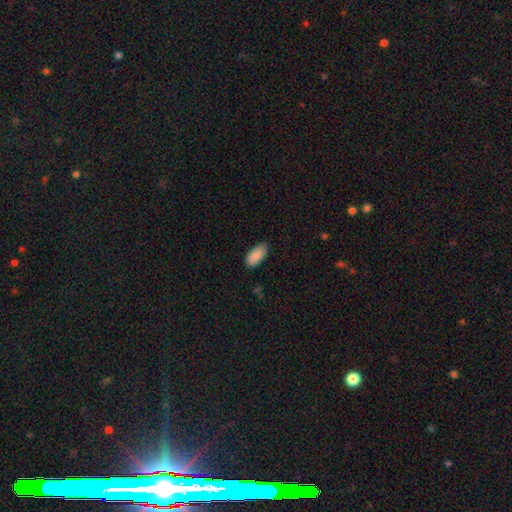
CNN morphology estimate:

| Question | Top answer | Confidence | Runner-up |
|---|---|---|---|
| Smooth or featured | smooth | 88% | star or artifact (6%) |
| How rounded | in between | 94% | cigar-shaped (4%) |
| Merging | none | 81% | minor disturbance (16%) |